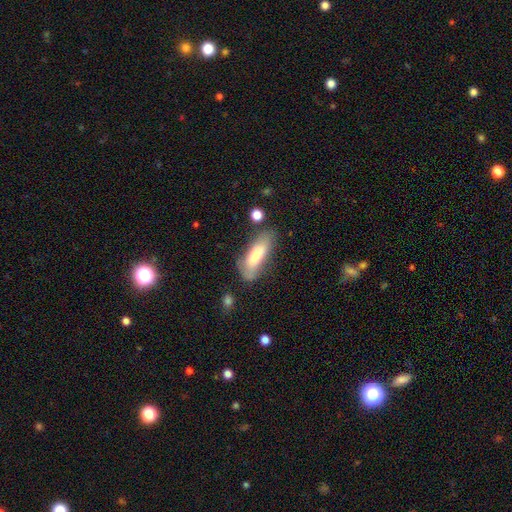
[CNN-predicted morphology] Q: Smooth or featured?
A: smooth (72%); runner-up: featured or disk (20%)
Q: How rounded?
A: in between (59%); runner-up: cigar-shaped (39%)
Q: Merging?
A: none (59%); runner-up: minor disturbance (26%)